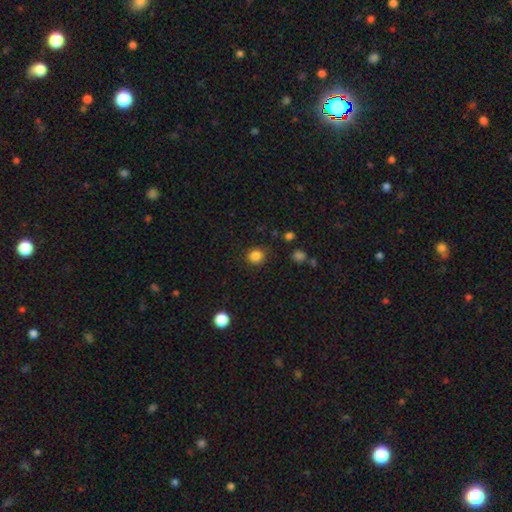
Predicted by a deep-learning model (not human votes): smooth 84%, star or artifact 12%, featured or disk 4%. Down the decision tree: how rounded — round (82%); merging — none (86%).